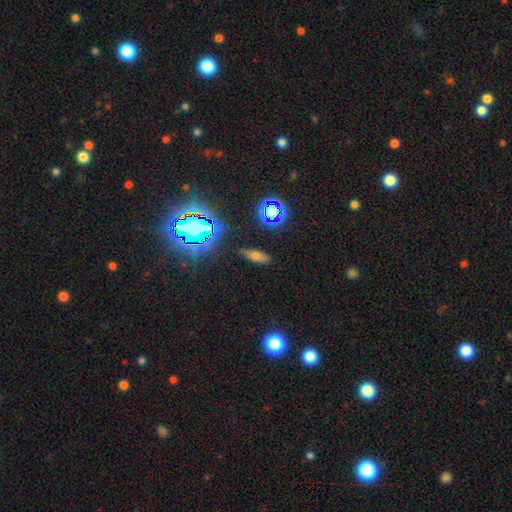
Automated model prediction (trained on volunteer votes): This appears to be a smooth galaxy with no disk features (57%) that is in between round and cigar-shaped (52%). Merging: none (85%).